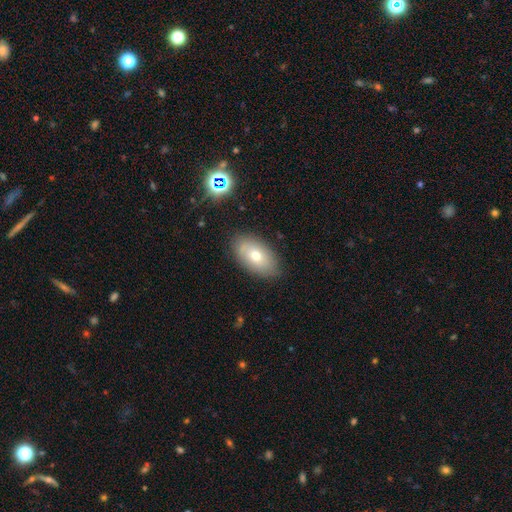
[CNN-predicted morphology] Smooth or featured?
  - smooth: 68% *
  - featured or disk: 23%
  - star or artifact: 9%
How rounded?
  - in between: 91% *
  - round: 7%
  - cigar-shaped: 2%
Merging?
  - none: 83% *
  - minor disturbance: 12%
  - major disturbance: 3%
  - merger: 1%